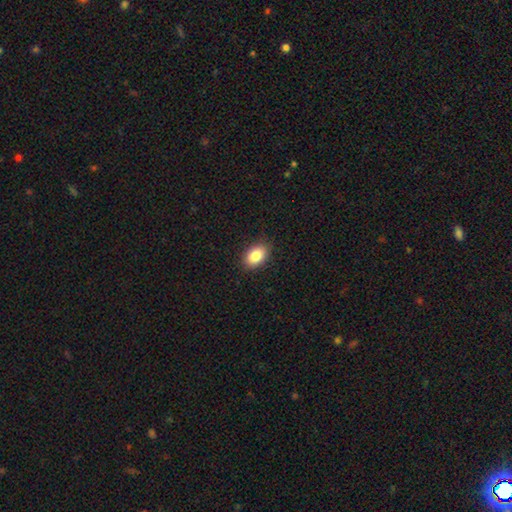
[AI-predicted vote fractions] Smooth or featured: smooth — 86% (star or artifact — 8%)
How rounded: in between — 90% (round — 9%)
Merging: none — 88% (minor disturbance — 9%)